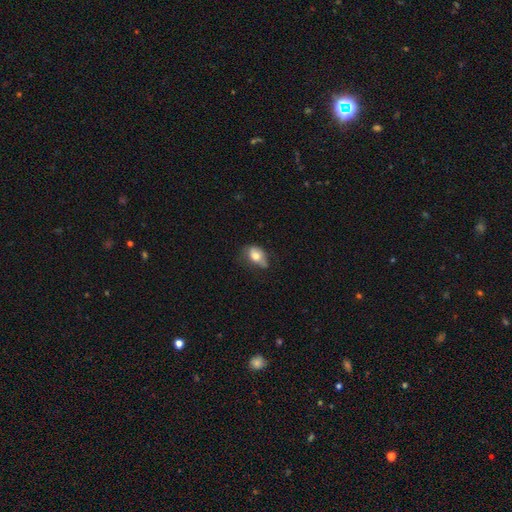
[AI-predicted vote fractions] This appears to be a smooth galaxy with no disk features (72%) that is in between round and cigar-shaped (81%). Merging: none (40%, tied with minor disturbance).